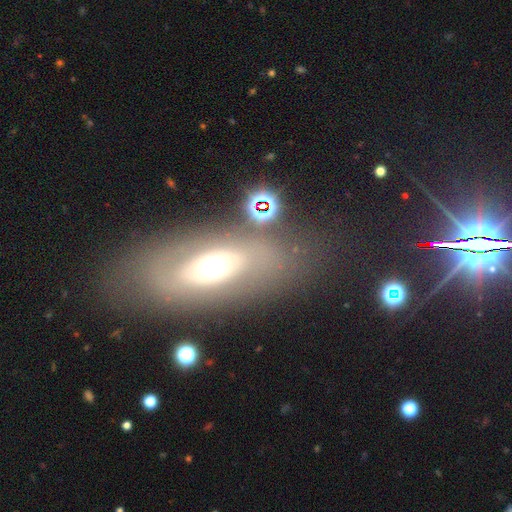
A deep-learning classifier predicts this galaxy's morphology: smooth_or_featured: featured or disk (p=0.58) [alt: smooth p=0.26]
disk_edge_on: no (p=0.75) [alt: yes p=0.25]
merging: none (p=0.76) [alt: minor disturbance p=0.13]